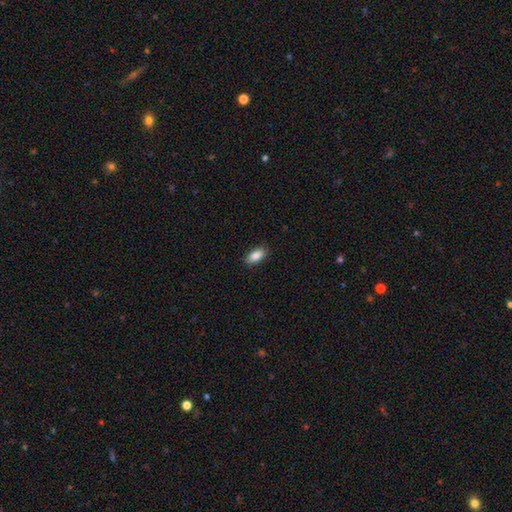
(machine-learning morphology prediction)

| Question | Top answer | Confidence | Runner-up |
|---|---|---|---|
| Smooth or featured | smooth | 88% | star or artifact (7%) |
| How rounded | in between | 90% | cigar-shaped (8%) |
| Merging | none | 88% | minor disturbance (9%) |